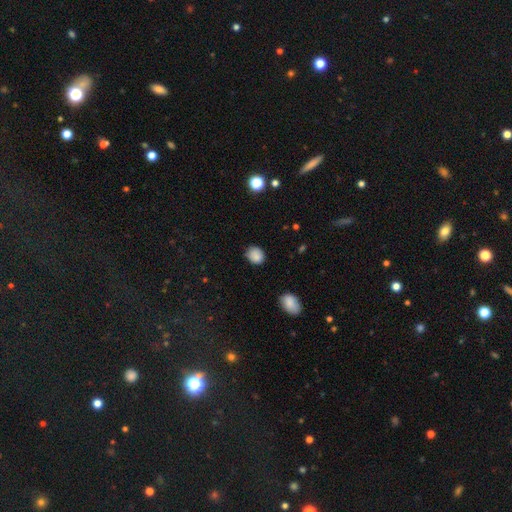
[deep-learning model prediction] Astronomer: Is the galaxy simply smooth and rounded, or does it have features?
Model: smooth — 86%.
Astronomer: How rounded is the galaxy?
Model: round — 68%.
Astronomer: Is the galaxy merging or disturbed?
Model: none — 73%.